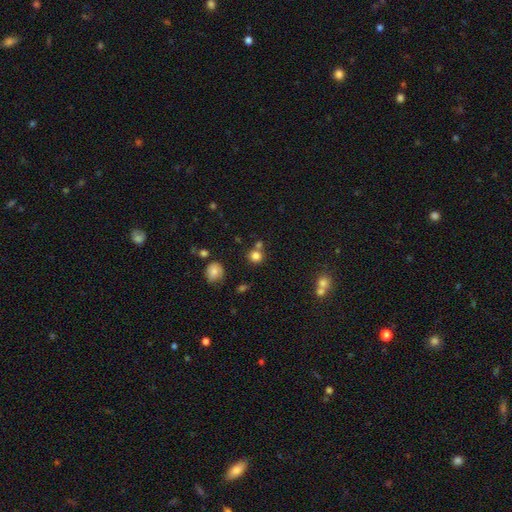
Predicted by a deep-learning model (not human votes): This appears to be a smooth galaxy with no disk features (80%) that is round (88%). Merging: none (63%).